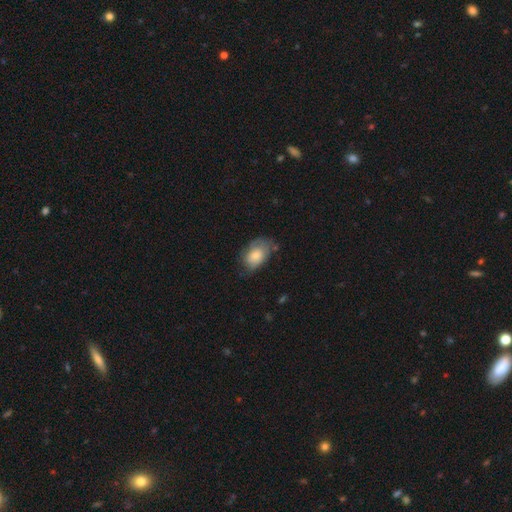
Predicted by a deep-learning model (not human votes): smooth-or-featured: smooth: 68% | featured or disk: 25% | star or artifact: 7%
  how-rounded: in between: 87% | round: 12% | cigar-shaped: 1%
  merging: none: 54% | minor disturbance: 32% | major disturbance: 12% | merger: 2%